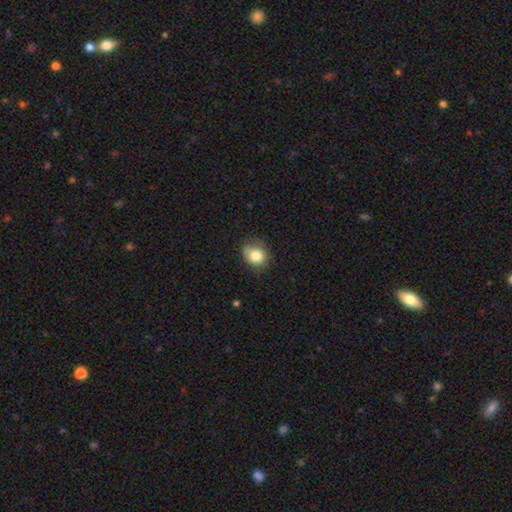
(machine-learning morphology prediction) type=smooth (79%); roundness=round (72%); merging=none (58%).